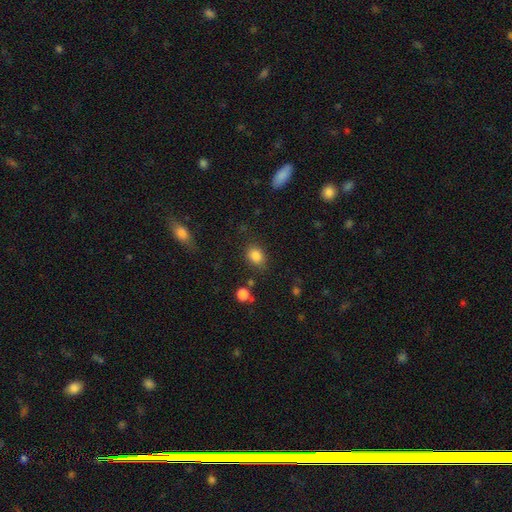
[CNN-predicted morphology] Q: Smooth or featured?
A: smooth (84%); runner-up: star or artifact (11%)
Q: How rounded?
A: in between (59%); runner-up: round (40%)
Q: Merging?
A: none (78%); runner-up: minor disturbance (14%)